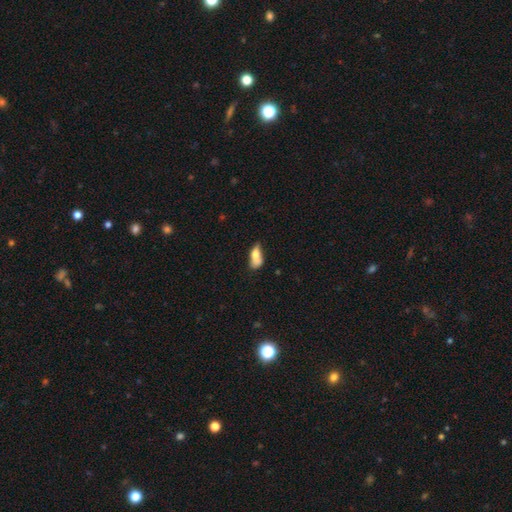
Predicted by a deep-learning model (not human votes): A smooth galaxy with no disk features (71%) that is in between round and cigar-shaped (80%). Merging: minor disturbance (32%).